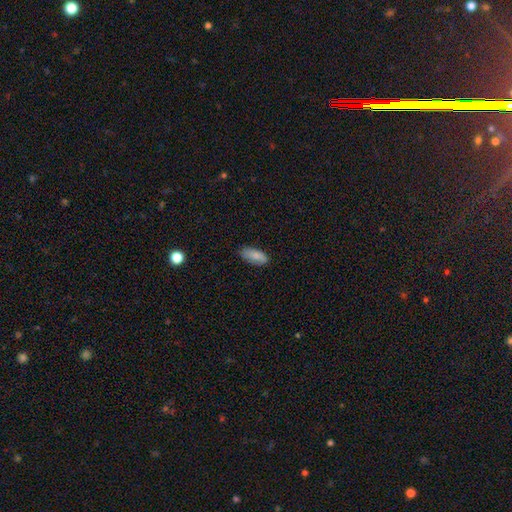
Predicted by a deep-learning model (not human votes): Overall: smooth (84%). How rounded: in between (84%). Merging: none (81%).